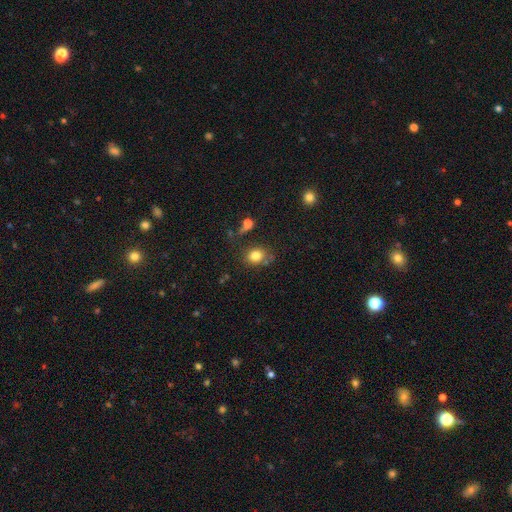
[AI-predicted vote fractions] A smooth galaxy with no disk features (80%) that is round (55%). Merging: none (71%).